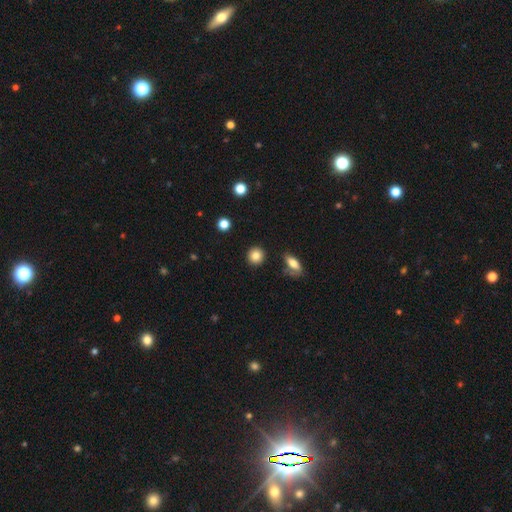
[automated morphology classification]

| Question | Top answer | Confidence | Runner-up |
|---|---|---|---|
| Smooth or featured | smooth | 84% | star or artifact (9%) |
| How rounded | round | 91% | in between (8%) |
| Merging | none | 89% | minor disturbance (7%) |